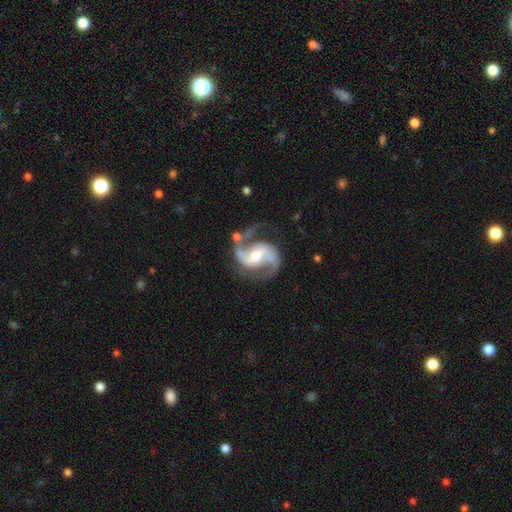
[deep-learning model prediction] A featured or disk galaxy (92%) with a weak bar (41%), 2 (93%) medium (62%) spiral arms (98%) and a moderate central bulge (67%).

Vote fractions:
- Smooth or featured? featured or disk: 92% / star or artifact: 5% / smooth: 3%
- Edge-on disk? no: 98% / yes: 2%
- Bar? weak: 41% / no: 30% / strong: 29%
- Spiral arms? yes: 98% / no: 2%
- Spiral winding? medium: 62% / loose: 23% / tight: 15%
- Spiral arm count? 2: 93% / 3: 2% / can't tell: 2% / 1: 1% / 4: 1% / more than 4: 1%
- Bulge size? moderate: 67% / small: 24% / large: 6% / none: 1% / dominant: 1%
- Merging? none: 71% / minor disturbance: 16% / major disturbance: 9% / merger: 4%